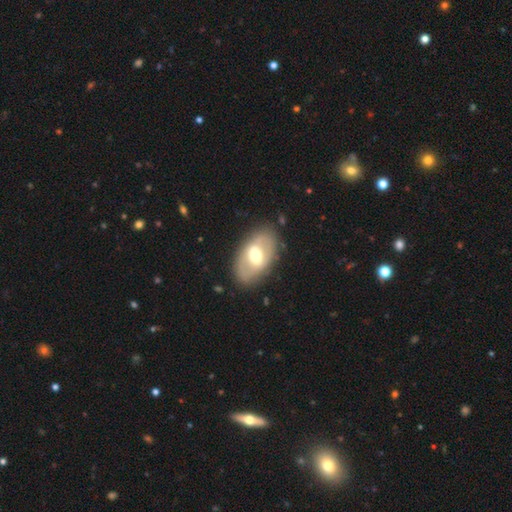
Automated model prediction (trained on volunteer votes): Smooth or featured?
  - featured or disk: 60% *
  - smooth: 34%
  - star or artifact: 6%
Edge-on disk?
  - no: 90% *
  - yes: 10%
Bar?
  - strong: 41% *
  - weak: 40%
  - no: 19%
Spiral arms?
  - no: 68% *
  - yes: 32%
Bulge size?
  - moderate: 68% *
  - large: 16%
  - small: 14%
  - dominant: 1%
  - none: 1%
Merging?
  - none: 80% *
  - minor disturbance: 13%
  - major disturbance: 5%
  - merger: 2%